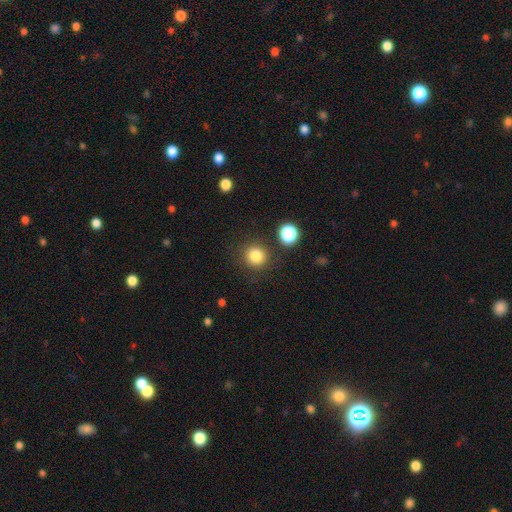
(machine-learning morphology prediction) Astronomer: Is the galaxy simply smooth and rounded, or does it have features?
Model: smooth — 82%.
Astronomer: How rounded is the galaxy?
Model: round — 92%.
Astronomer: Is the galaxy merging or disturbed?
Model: none — 85%.